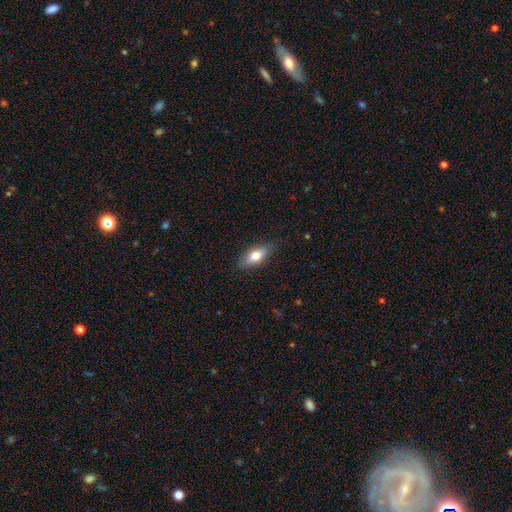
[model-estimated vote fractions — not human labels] Smooth or featured: smooth — 68% (featured or disk — 25%)
How rounded: in between — 74% (cigar-shaped — 22%)
Merging: none — 82% (minor disturbance — 14%)